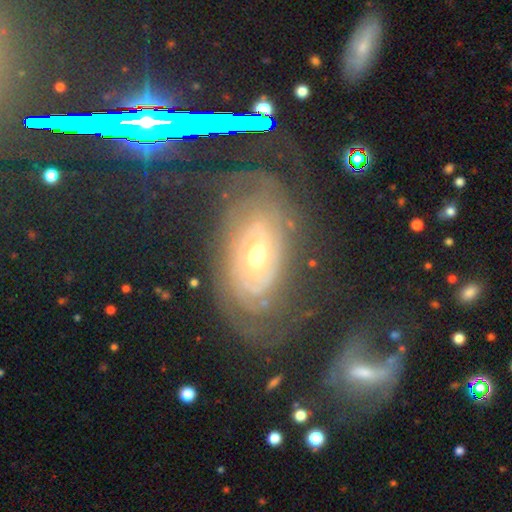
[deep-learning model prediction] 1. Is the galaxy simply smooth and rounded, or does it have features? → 79% featured or disk, 12% smooth, 9% star or artifact.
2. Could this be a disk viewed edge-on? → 93% no, 7% yes.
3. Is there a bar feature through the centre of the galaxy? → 61% no, 28% weak, 11% strong.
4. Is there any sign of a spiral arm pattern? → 87% yes, 13% no.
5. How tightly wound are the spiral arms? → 71% tight, 22% medium, 8% loose.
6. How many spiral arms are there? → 47% can't tell, 23% 2, 11% 3, 6% 4, 6% 1, 6% more than 4.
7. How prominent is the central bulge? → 69% moderate, 23% small, 6% large, 1% dominant, 1% none.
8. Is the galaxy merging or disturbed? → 63% none, 19% minor disturbance, 15% major disturbance, 4% merger.